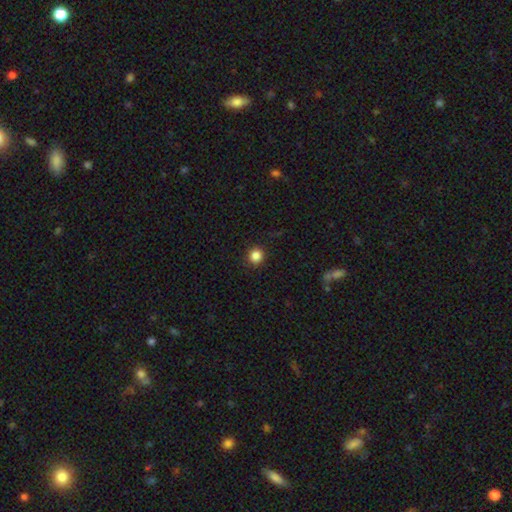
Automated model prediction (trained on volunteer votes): Q: Smooth or featured?
A: smooth (86%); runner-up: star or artifact (11%)
Q: How rounded?
A: round (93%); runner-up: in between (6%)
Q: Merging?
A: none (92%); runner-up: minor disturbance (5%)